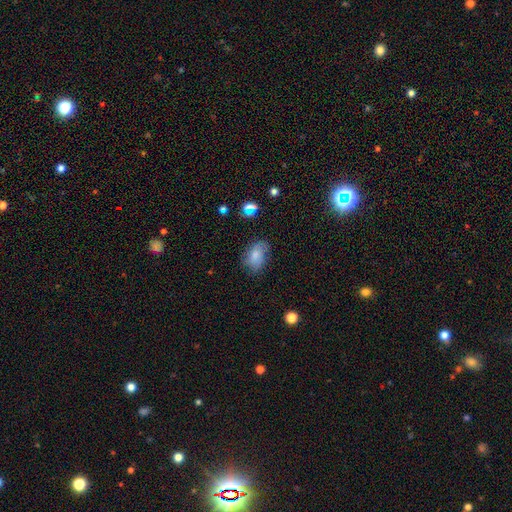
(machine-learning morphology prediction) This appears to be a smooth galaxy with no disk features (73%) that is in between round and cigar-shaped (83%). Merging: none (65%).